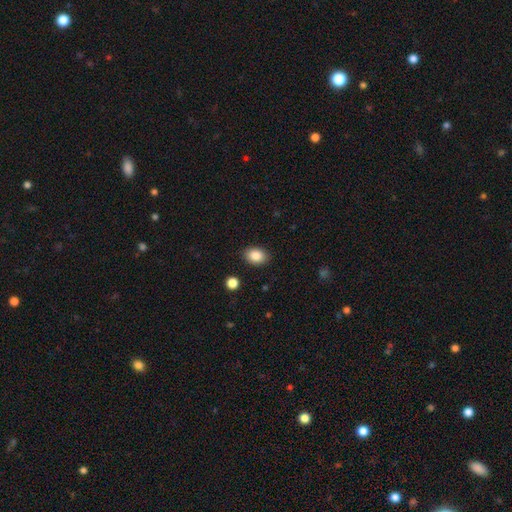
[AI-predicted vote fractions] The model was most divided on "how rounded": in between: 72%, round: 27%, cigar-shaped: 1%. More confident: merging — none (88%); smooth or featured — smooth (87%).